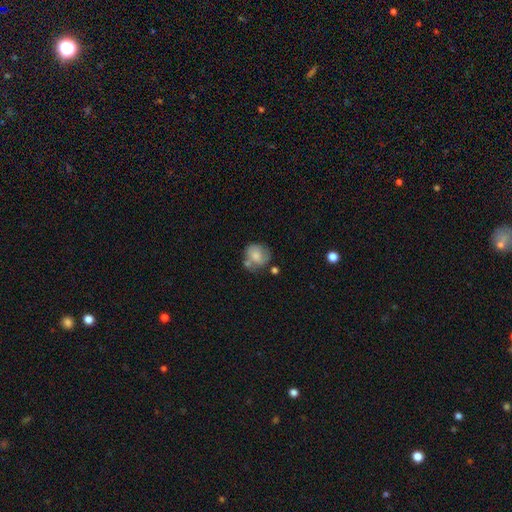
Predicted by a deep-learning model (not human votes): Q: Smooth or featured?
A: smooth (64%); runner-up: featured or disk (28%)
Q: How rounded?
A: round (77%); runner-up: in between (22%)
Q: Merging?
A: none (49%); runner-up: minor disturbance (24%)